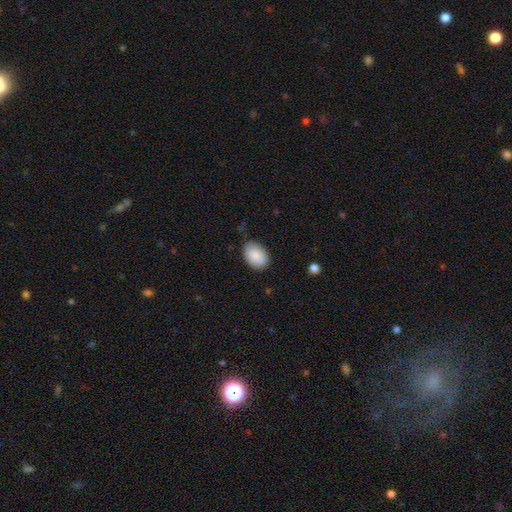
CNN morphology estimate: Overall: smooth (89%). How rounded: in between (88%). Merging: none (79%).